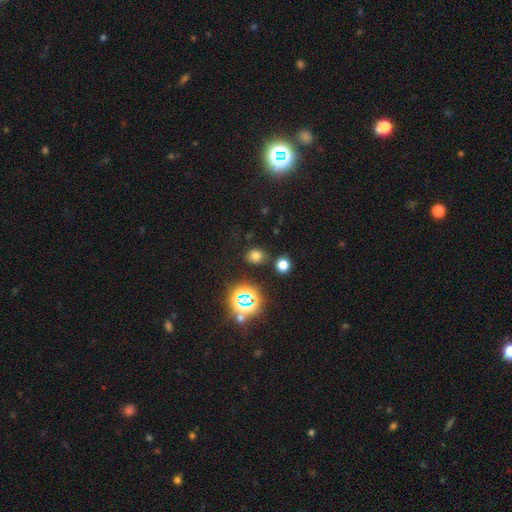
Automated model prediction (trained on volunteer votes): A smooth galaxy with no disk features (68%) that is round (62%).

Vote fractions:
- Smooth or featured? smooth: 68% / star or artifact: 25% / featured or disk: 7%
- How rounded? round: 62% / in between: 36% / cigar-shaped: 1%
- Merging? none: 81% / minor disturbance: 10% / merger: 6% / major disturbance: 3%